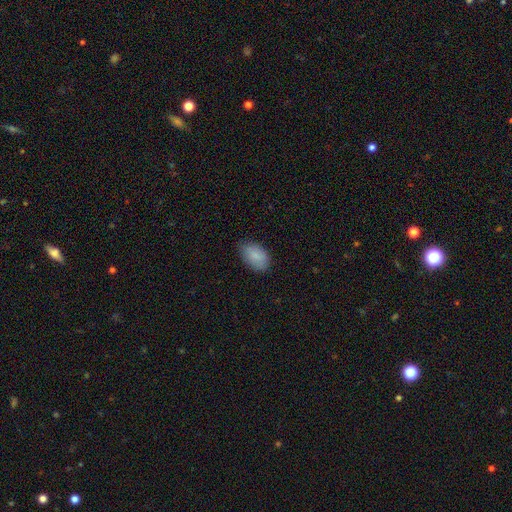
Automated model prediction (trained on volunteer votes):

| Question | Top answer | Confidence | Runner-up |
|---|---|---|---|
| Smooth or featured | smooth | 86% | featured or disk (7%) |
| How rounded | in between | 93% | round (6%) |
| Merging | none | 76% | minor disturbance (20%) |